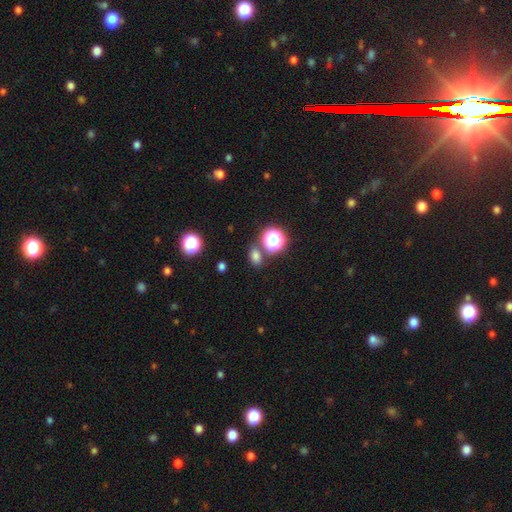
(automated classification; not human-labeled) This is likely a smooth galaxy (72%). How rounded: likely in between (66%). Merging: likely none (75%).